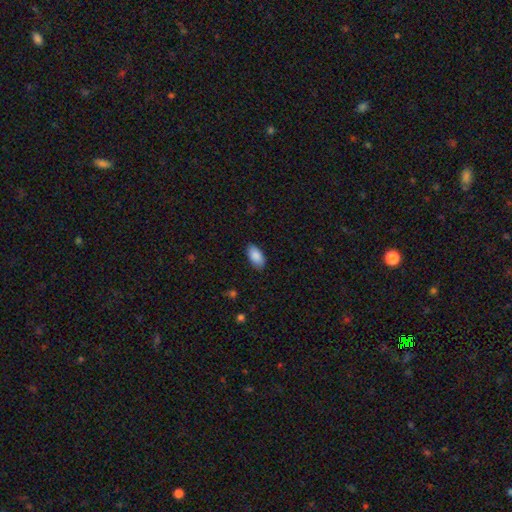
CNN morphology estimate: smooth 89%, star or artifact 6%, featured or disk 4%. Down the decision tree: how rounded — in between (95%); merging — none (86%).